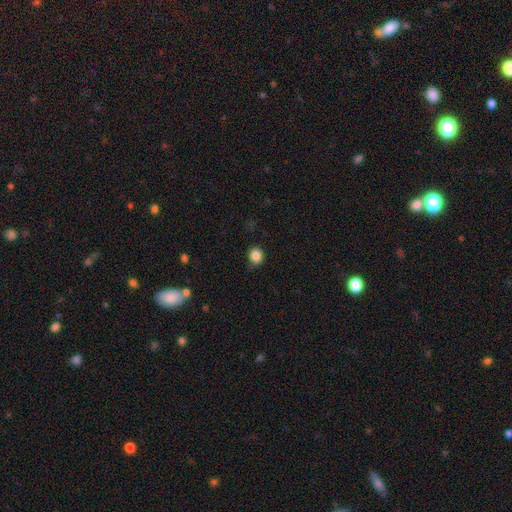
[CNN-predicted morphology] type=smooth (85%); roundness=round (76%); merging=none (84%).